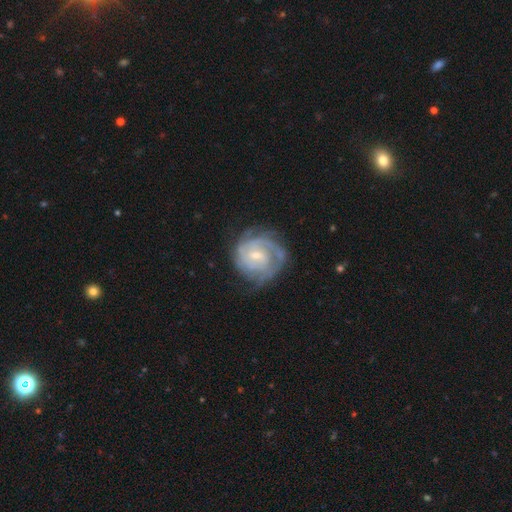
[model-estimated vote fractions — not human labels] This appears to be a featured or disk galaxy (84%) with a weak bar (52%), tight (68%) spiral arms (95%) and a small central bulge (57%). Merging: none (65%).